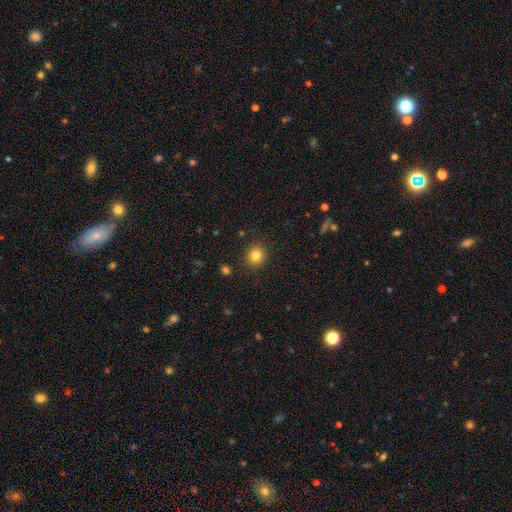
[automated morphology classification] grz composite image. It shows a smooth galaxy with no disk features (82%) that is round (87%). Merging: none (89%).